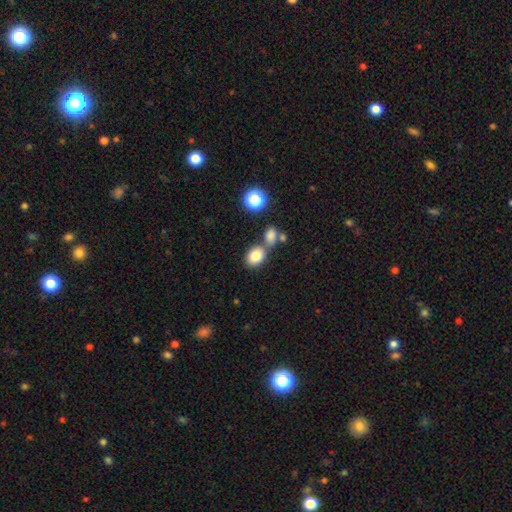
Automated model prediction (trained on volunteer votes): Smooth or featured?
  - smooth: 82% *
  - star or artifact: 10%
  - featured or disk: 7%
How rounded?
  - in between: 58% *
  - round: 40%
  - cigar-shaped: 1%
Merging?
  - none: 58% *
  - merger: 26%
  - minor disturbance: 12%
  - major disturbance: 4%